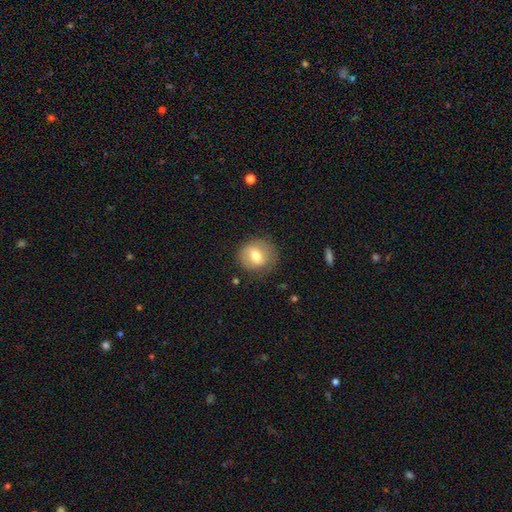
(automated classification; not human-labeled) Smooth or featured?
  - smooth: 67% *
  - featured or disk: 25%
  - star or artifact: 8%
How rounded?
  - round: 81% *
  - in between: 18%
  - cigar-shaped: 1%
Merging?
  - none: 80% *
  - minor disturbance: 14%
  - major disturbance: 5%
  - merger: 1%